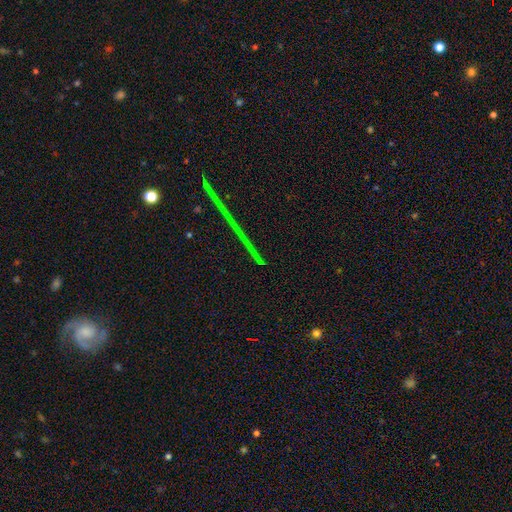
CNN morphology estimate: Overall: star or artifact (80%).